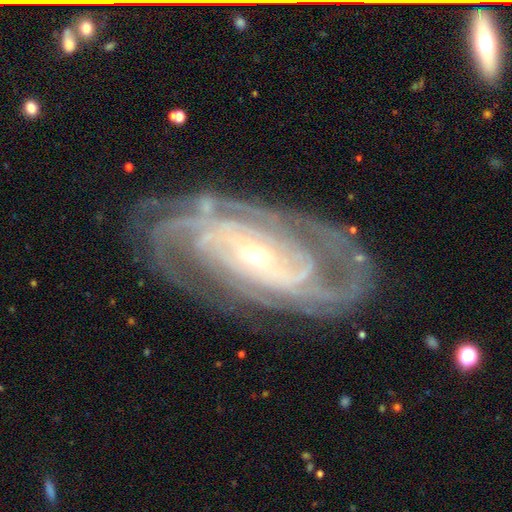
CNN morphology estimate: Smooth or featured? Predicted: featured or disk (p=0.90). Edge-on disk? Predicted: no (p=0.95). Bar? Predicted: no (p=0.54). Spiral arms? Predicted: yes (p=0.97). Spiral winding? Predicted: tight (p=0.72). Spiral arm count? Predicted: can't tell (p=0.25). Bulge size? Predicted: small (p=0.70). Merging? Predicted: none (p=0.78).